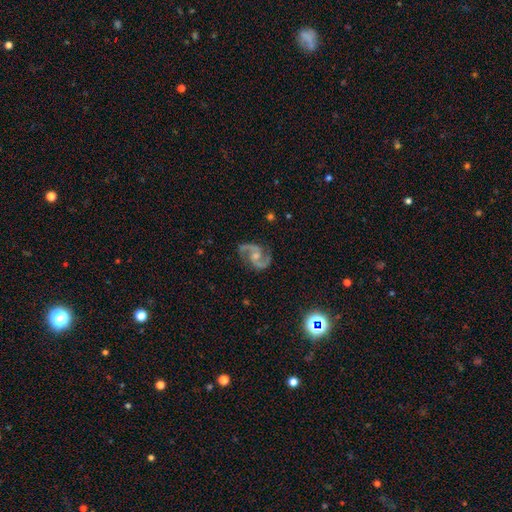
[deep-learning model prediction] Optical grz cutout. It shows a featured or disk galaxy (92%) with no bar (50%), 2 (94%) medium (59%) spiral arms (98%) and a small central bulge (45%). Merging: none (80%).